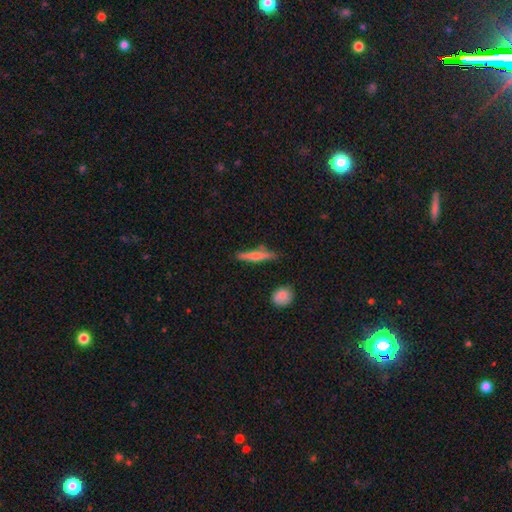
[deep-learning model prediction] Smooth or featured? Predicted: smooth (p=0.62). How rounded? Predicted: cigar-shaped (p=0.90). Merging? Predicted: none (p=0.78).